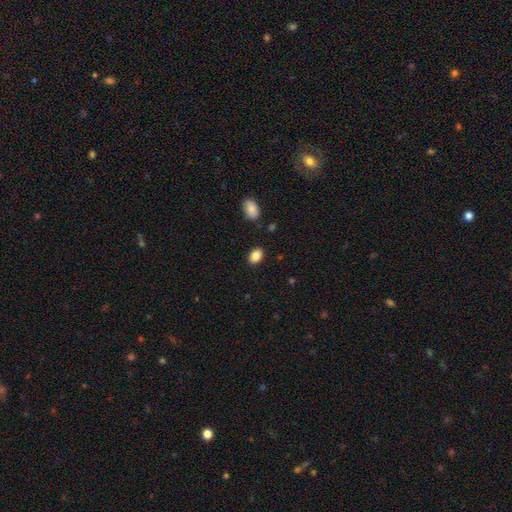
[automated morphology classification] This is clearly a smooth galaxy (86%). How rounded: clearly in between (81%). Merging: clearly none (86%).